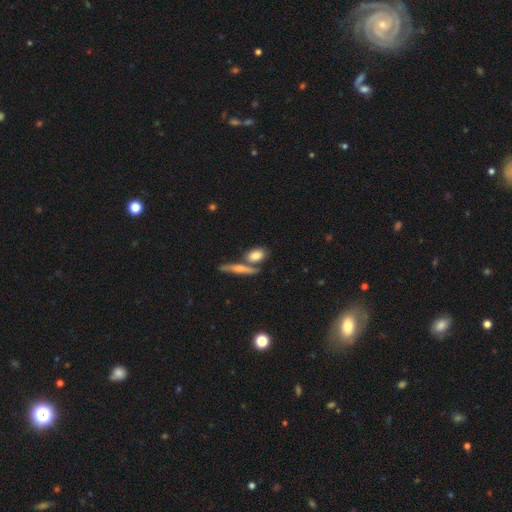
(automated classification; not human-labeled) Smooth or featured: smooth — 76% (featured or disk — 16%)
How rounded: in between — 63% (round — 21%)
Merging: none — 58% (merger — 26%)